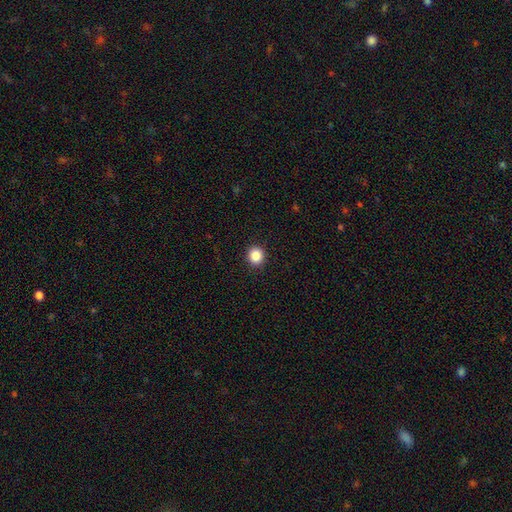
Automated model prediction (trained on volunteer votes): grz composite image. It shows a smooth galaxy with no disk features (86%) that is round (91%). Merging: none (92%).